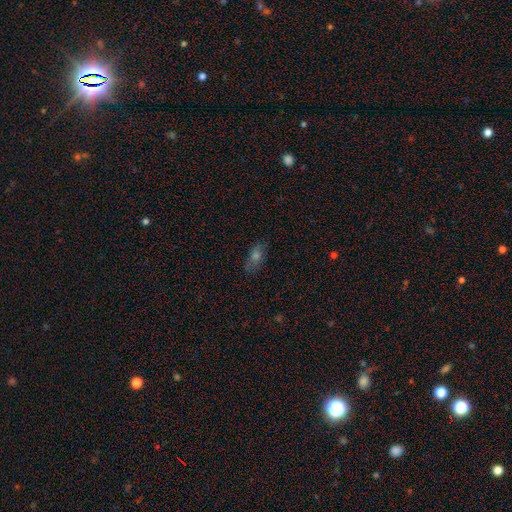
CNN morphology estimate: This appears to be a smooth galaxy with no disk features (54%) that is in between round and cigar-shaped (71%). Merging: none (79%).